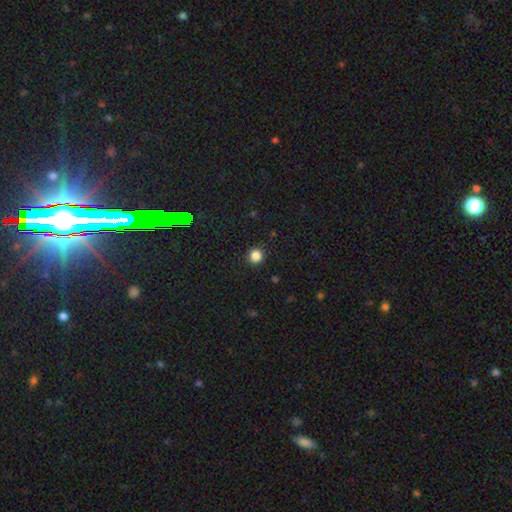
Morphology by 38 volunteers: A smooth galaxy with no disk features (92%) that is round (97%). Merging: none (83%).